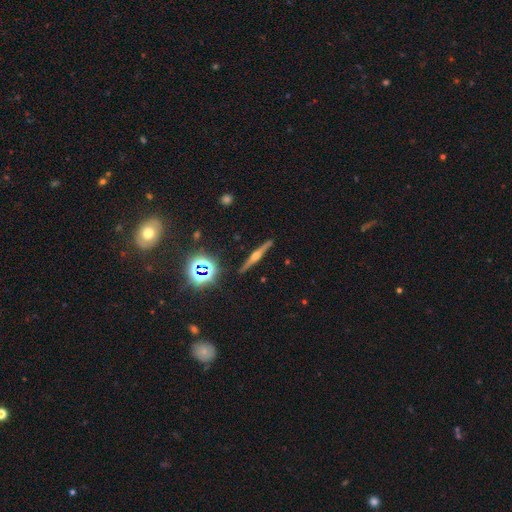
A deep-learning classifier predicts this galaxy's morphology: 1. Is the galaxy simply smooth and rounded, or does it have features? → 73% featured or disk, 15% smooth, 13% star or artifact.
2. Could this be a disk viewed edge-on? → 98% yes, 2% no.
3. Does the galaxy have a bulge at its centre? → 91% rounded, 6% boxy, 4% none.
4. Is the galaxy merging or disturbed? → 91% none, 6% minor disturbance, 1% major disturbance, 1% merger.